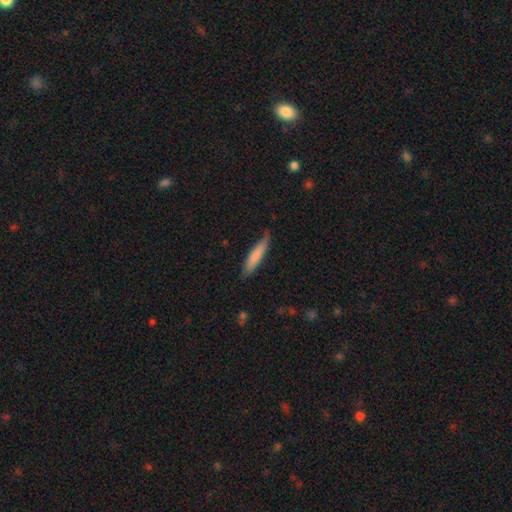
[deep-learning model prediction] A smooth galaxy with no disk features (76%) that is cigar-shaped (87%). Merging: none (73%).